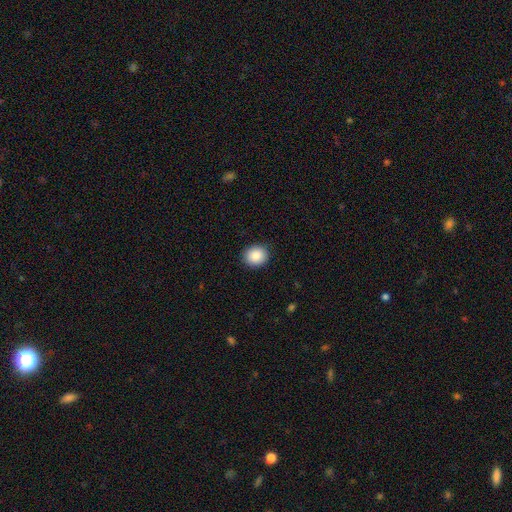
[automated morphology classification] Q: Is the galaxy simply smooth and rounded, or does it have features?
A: smooth — 88%.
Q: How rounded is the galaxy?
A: round — 72%.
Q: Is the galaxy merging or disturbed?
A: none — 91%.